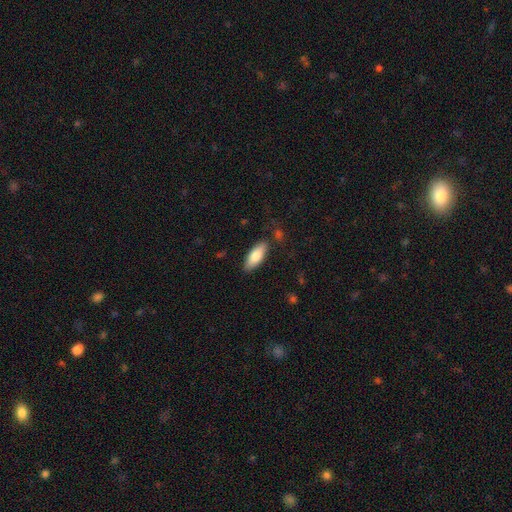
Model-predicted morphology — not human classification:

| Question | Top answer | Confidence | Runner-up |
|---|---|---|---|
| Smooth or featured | smooth | 82% | featured or disk (13%) |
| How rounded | in between | 77% | cigar-shaped (21%) |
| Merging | none | 83% | minor disturbance (12%) |